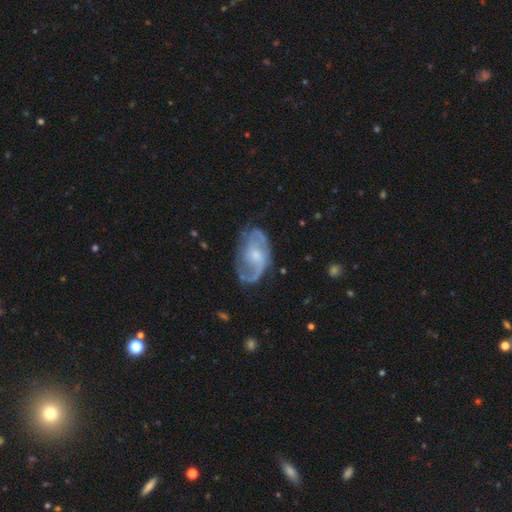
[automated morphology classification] Smooth or featured? Predicted: featured or disk (p=0.80). Edge-on disk? Predicted: no (p=0.96). Bar? Predicted: no (p=0.57). Spiral arms? Predicted: yes (p=0.91). Spiral winding? Predicted: medium (p=0.45). Spiral arm count? Predicted: 2 (p=0.64). Bulge size? Predicted: small (p=0.51). Merging? Predicted: none (p=0.61).